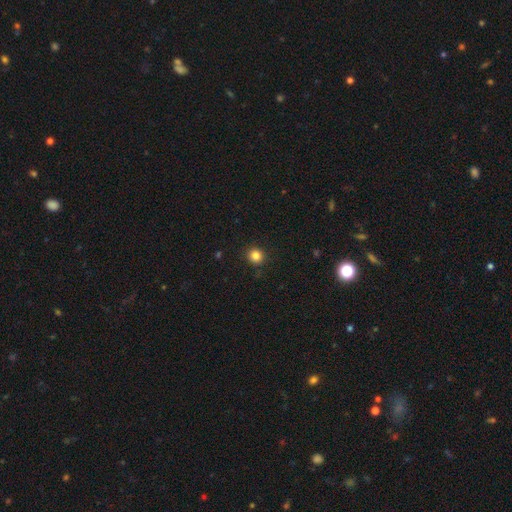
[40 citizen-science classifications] Smooth or featured? 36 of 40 (90%) said smooth. How rounded? 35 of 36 (97%) said round. Merging? 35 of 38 (92%) said none.